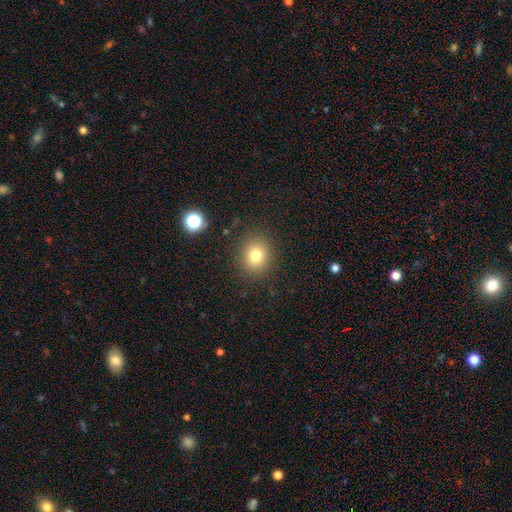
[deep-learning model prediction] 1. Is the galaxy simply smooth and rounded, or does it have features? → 78% smooth, 13% star or artifact, 9% featured or disk.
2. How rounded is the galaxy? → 74% round, 25% in between, 1% cigar-shaped.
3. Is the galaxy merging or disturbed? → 87% none, 8% minor disturbance, 3% major disturbance, 1% merger.